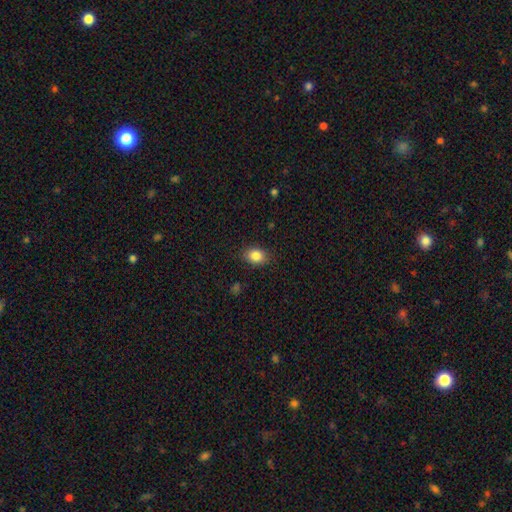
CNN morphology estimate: Smooth or featured? smooth (85%)
How rounded? in between (71%)
Merging? none (87%)